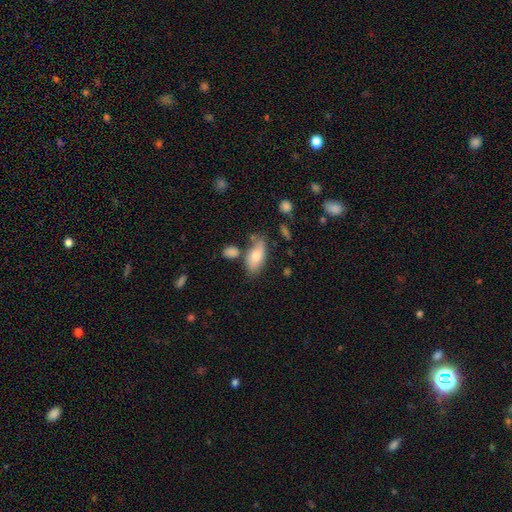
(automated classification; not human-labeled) The model was most divided on "merging": none: 62%, minor disturbance: 22%, merger: 10%, major disturbance: 6%. More confident: how rounded — in between (88%); smooth or featured — smooth (69%).